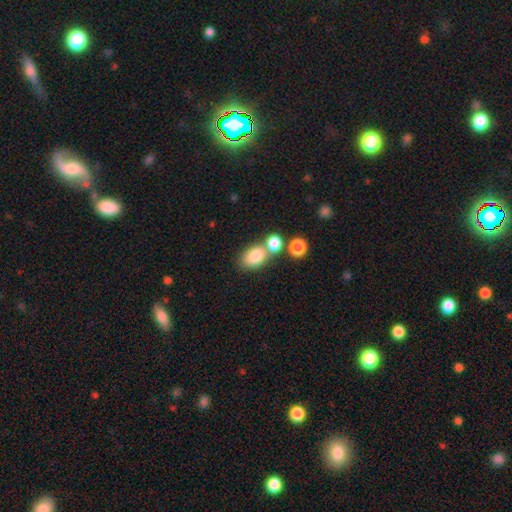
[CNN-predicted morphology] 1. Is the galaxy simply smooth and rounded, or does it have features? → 82% smooth, 9% featured or disk, 9% star or artifact.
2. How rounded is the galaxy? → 82% in between, 16% round, 2% cigar-shaped.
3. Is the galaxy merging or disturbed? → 47% none, 37% merger, 11% minor disturbance, 5% major disturbance.